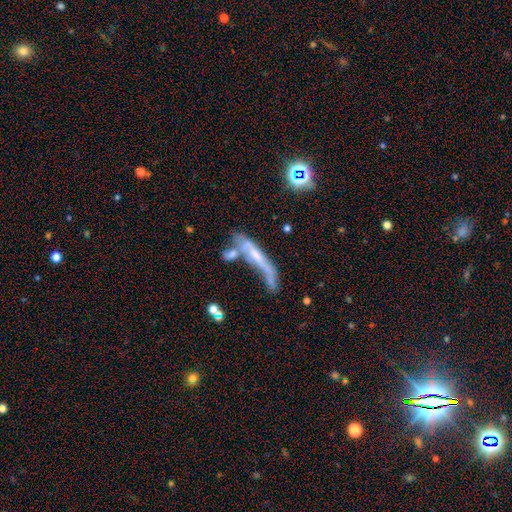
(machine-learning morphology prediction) Smooth or featured: featured or disk — 54% (smooth — 34%)
Edge-on disk: yes — 55% (no — 45%)
Merging: merger — 37% (major disturbance — 24%)